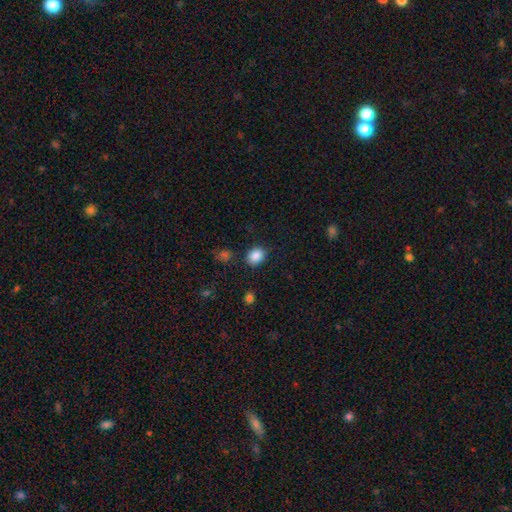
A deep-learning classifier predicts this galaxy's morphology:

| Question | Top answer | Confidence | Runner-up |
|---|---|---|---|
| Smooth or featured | smooth | 86% | star or artifact (10%) |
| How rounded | round | 56% | in between (43%) |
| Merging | none | 79% | minor disturbance (15%) |